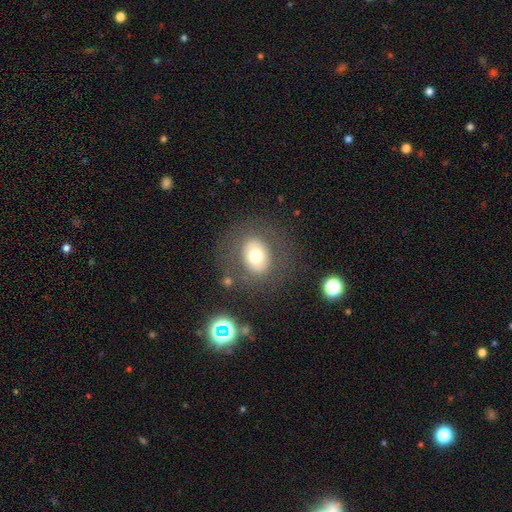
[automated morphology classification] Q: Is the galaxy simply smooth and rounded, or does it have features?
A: smooth — 62%.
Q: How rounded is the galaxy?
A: round — 54%.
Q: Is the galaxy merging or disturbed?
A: none — 77%.